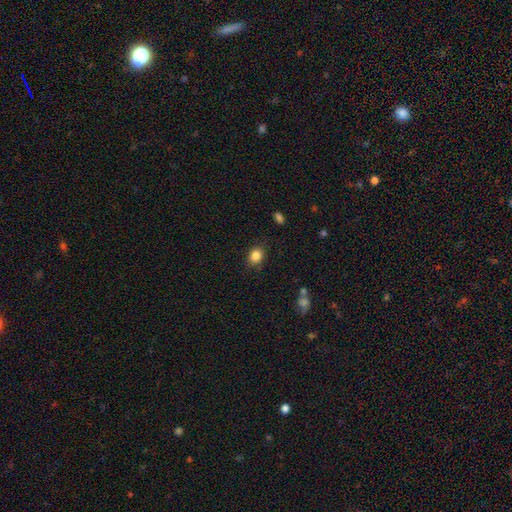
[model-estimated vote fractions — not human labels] Q: Smooth or featured?
A: smooth (85%); runner-up: star or artifact (10%)
Q: How rounded?
A: round (50%); runner-up: in between (49%)
Q: Merging?
A: none (83%); runner-up: minor disturbance (13%)